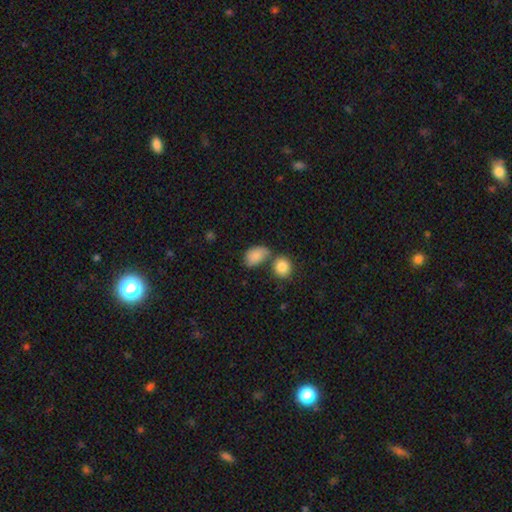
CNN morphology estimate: This is clearly a smooth galaxy (85%). How rounded: clearly in between (84%). Merging: marginally none (44%).